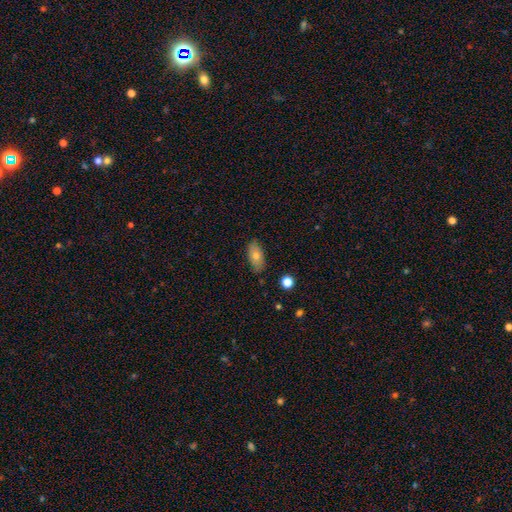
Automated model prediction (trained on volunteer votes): A smooth galaxy with no disk features (69%) that is in between round and cigar-shaped (87%).

Vote fractions:
- Smooth or featured? smooth: 69% / featured or disk: 23% / star or artifact: 8%
- How rounded? in between: 87% / cigar-shaped: 8% / round: 4%
- Merging? none: 84% / minor disturbance: 12% / major disturbance: 2% / merger: 1%